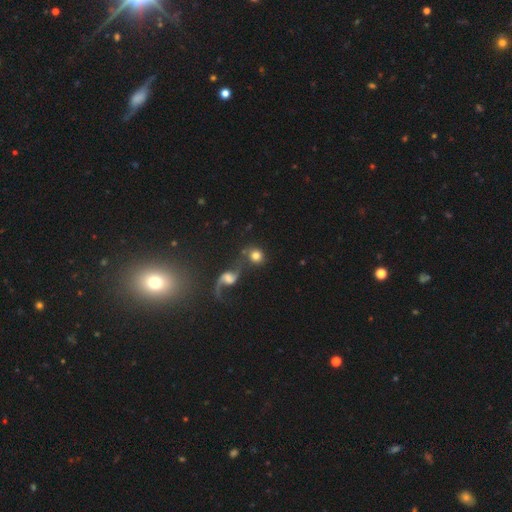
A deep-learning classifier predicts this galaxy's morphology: Smooth or featured? smooth (72%)
How rounded? round (86%)
Merging? none (53%)